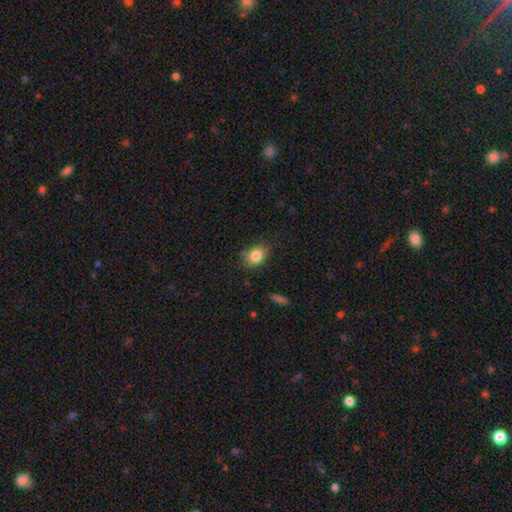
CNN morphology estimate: Q: Smooth or featured?
A: smooth (83%); runner-up: star or artifact (9%)
Q: How rounded?
A: in between (60%); runner-up: round (39%)
Q: Merging?
A: none (75%); runner-up: minor disturbance (20%)